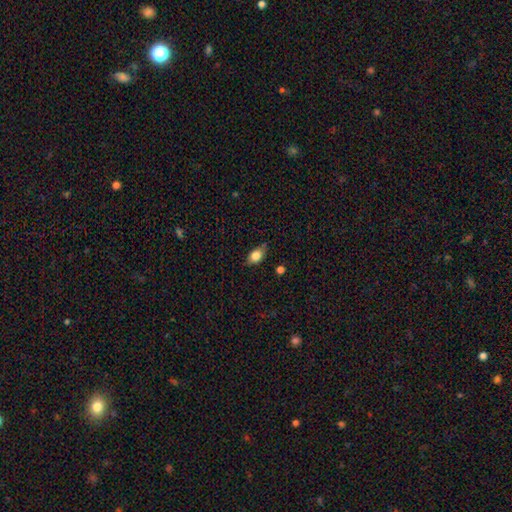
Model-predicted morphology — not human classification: smooth 80%, featured or disk 12%, star or artifact 8%. Down the decision tree: how rounded — in between (83%); merging — none (70%).